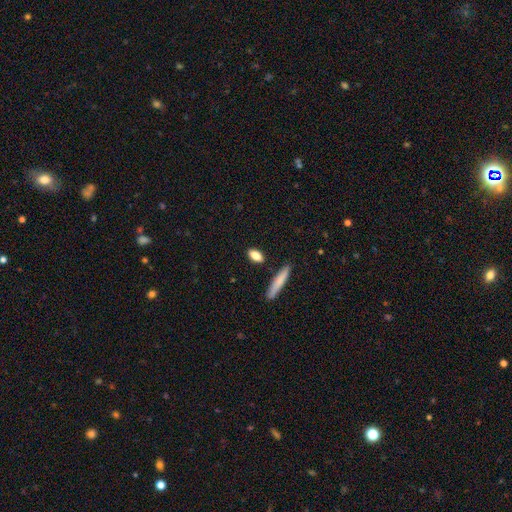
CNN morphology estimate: smooth_or_featured: smooth (p=0.83) [alt: featured or disk p=0.10]
how_rounded: in between (p=0.72) [alt: cigar-shaped p=0.21]
merging: none (p=0.85) [alt: minor disturbance p=0.09]